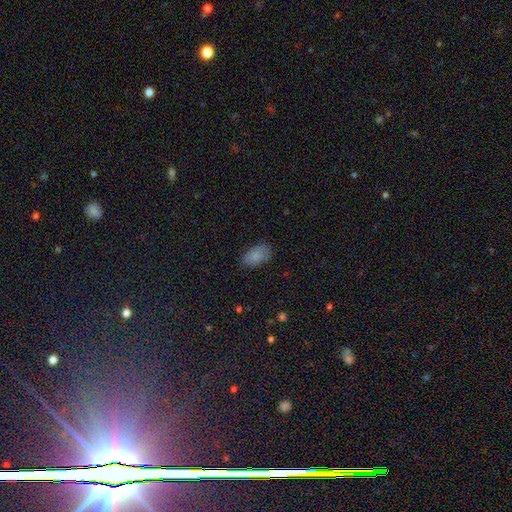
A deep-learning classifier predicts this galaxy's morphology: Smooth or featured? smooth (85%)
How rounded? in between (92%)
Merging? none (80%)